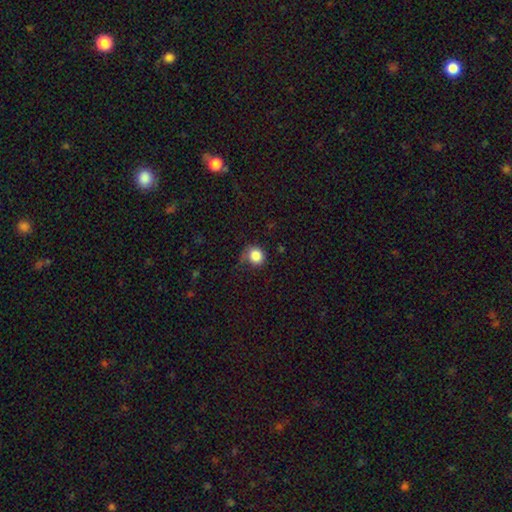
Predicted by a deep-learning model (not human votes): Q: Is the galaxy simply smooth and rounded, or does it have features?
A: smooth — 85%.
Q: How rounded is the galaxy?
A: round — 80%.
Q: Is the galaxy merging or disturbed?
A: none — 59%.